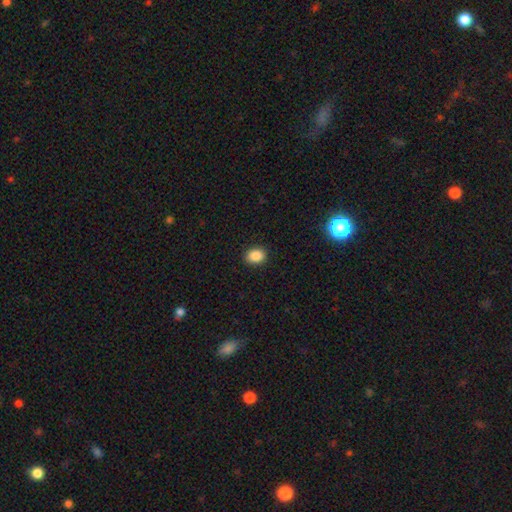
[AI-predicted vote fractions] smooth_or_featured: smooth (p=0.87) [alt: star or artifact p=0.09]
how_rounded: in between (p=0.59) [alt: round p=0.40]
merging: none (p=0.90) [alt: minor disturbance p=0.07]